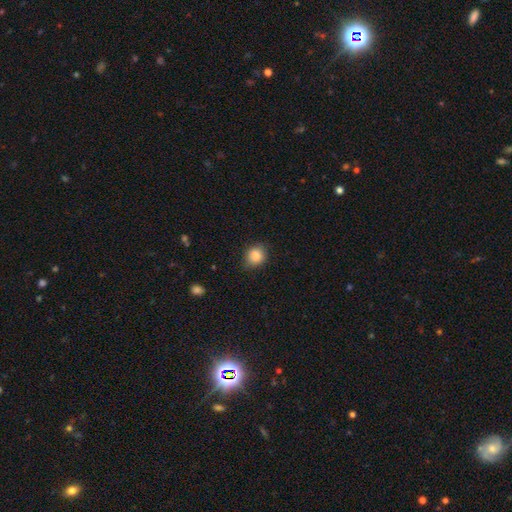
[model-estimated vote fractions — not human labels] smooth-or-featured: smooth: 86% | star or artifact: 9% | featured or disk: 5%
  how-rounded: round: 75% | in between: 24% | cigar-shaped: 1%
  merging: none: 82% | minor disturbance: 14% | major disturbance: 3% | merger: 1%